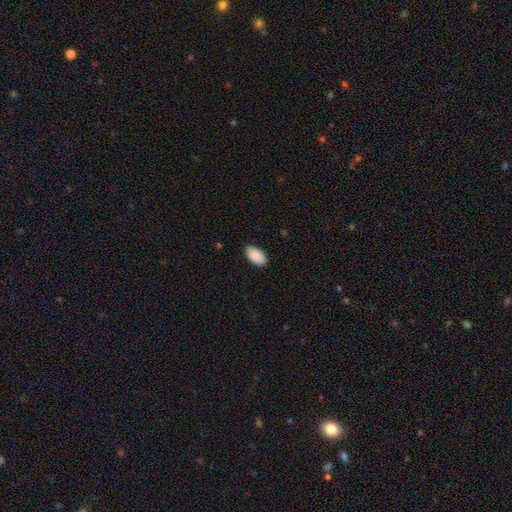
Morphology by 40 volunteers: A smooth galaxy with no disk features (90%) that is in between round and cigar-shaped (89%). Merging: none (78%).